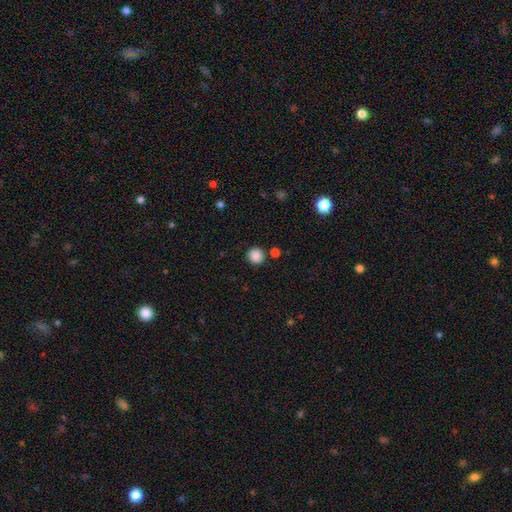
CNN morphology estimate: The model was most divided on "smooth or featured": smooth: 87%, star or artifact: 10%, featured or disk: 3%. More confident: how rounded — round (94%); merging — none (86%).